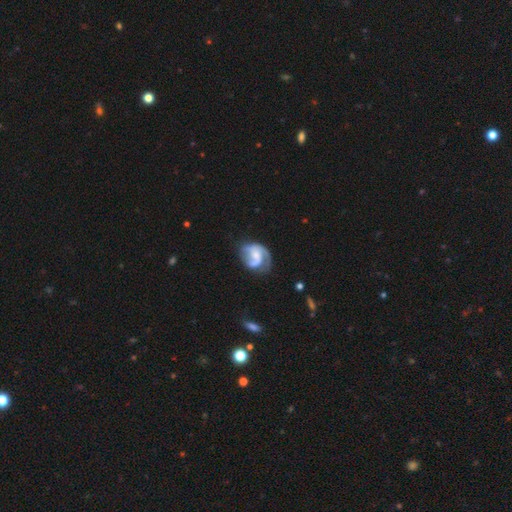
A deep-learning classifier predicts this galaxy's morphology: type=featured or disk (76%); edge-on=no (98%); bar=no (55%); spiral arms=yes (90%); winding=medium (45%); arm count=2 (61%); bulge=small (41%); merging=none (47%).